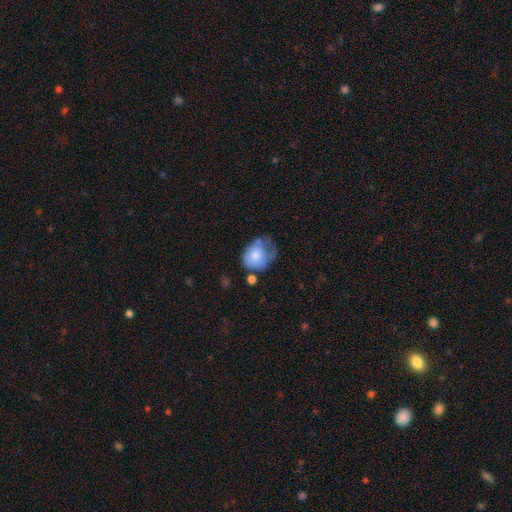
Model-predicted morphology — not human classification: This appears to be a smooth galaxy with no disk features (69%) that is in between round and cigar-shaped (51%). Merging: minor disturbance (34%).